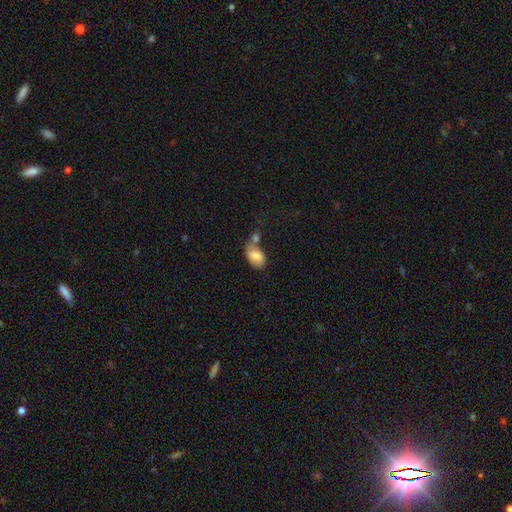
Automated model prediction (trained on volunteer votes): Smooth or featured?
  - smooth: 78% *
  - featured or disk: 14%
  - star or artifact: 8%
How rounded?
  - in between: 89% *
  - round: 10%
  - cigar-shaped: 1%
Merging?
  - merger: 38% *
  - none: 32%
  - minor disturbance: 20%
  - major disturbance: 10%